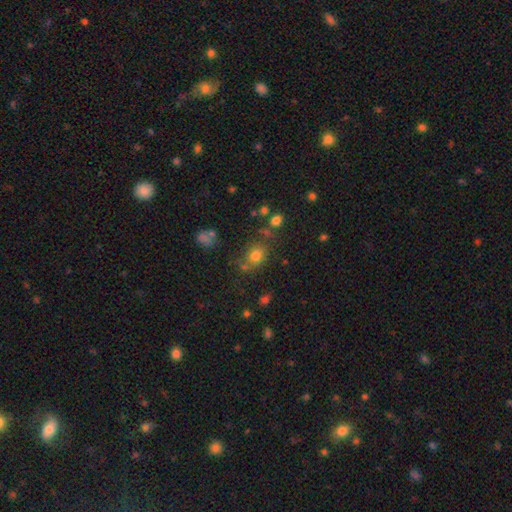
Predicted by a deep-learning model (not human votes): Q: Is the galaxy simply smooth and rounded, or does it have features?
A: smooth — 74%.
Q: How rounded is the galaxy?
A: round — 61%.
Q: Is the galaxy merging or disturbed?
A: none — 63%.